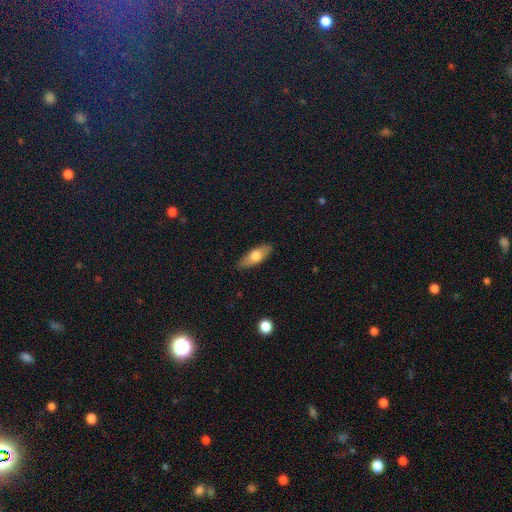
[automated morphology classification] smooth_or_featured: smooth (p=0.67) [alt: featured or disk p=0.27]
how_rounded: in between (p=0.68) [alt: cigar-shaped p=0.29]
merging: none (p=0.87) [alt: minor disturbance p=0.10]